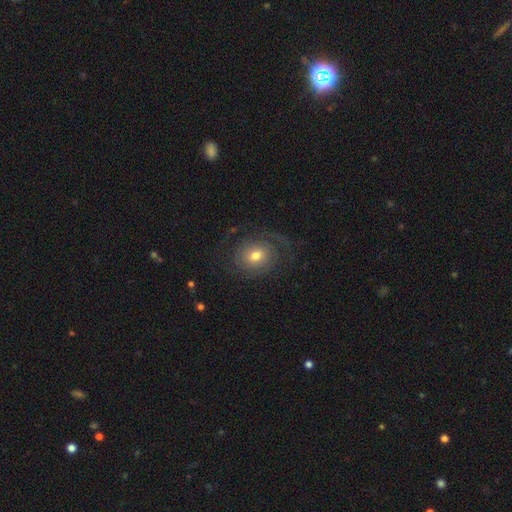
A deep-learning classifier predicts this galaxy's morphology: A featured or disk galaxy (66%) with no bar (70%), 2 (58%) tight (40%) spiral arms (87%) and a moderate central bulge (65%). Merging: none (69%).